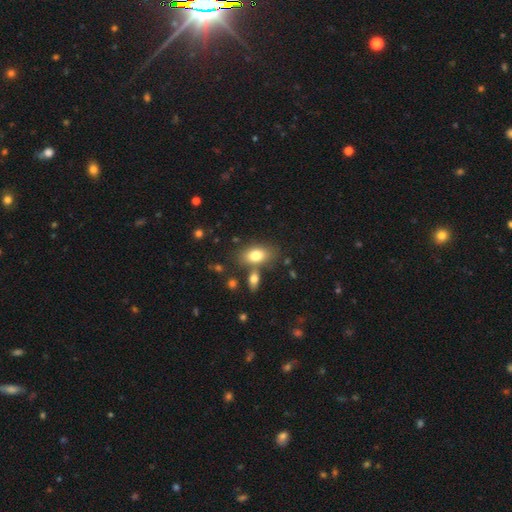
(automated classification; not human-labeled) Smooth or featured?
  - smooth: 78% *
  - featured or disk: 14%
  - star or artifact: 8%
How rounded?
  - in between: 87% *
  - round: 10%
  - cigar-shaped: 3%
Merging?
  - none: 66% *
  - merger: 18%
  - minor disturbance: 12%
  - major disturbance: 4%